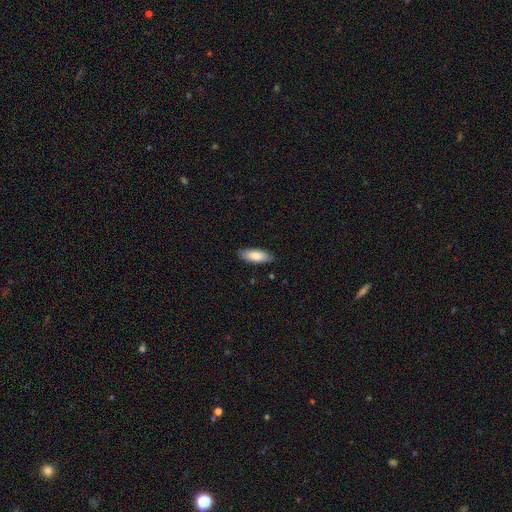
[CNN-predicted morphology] Q: Smooth or featured?
A: smooth (82%); runner-up: featured or disk (12%)
Q: How rounded?
A: in between (73%); runner-up: cigar-shaped (25%)
Q: Merging?
A: none (86%); runner-up: minor disturbance (11%)